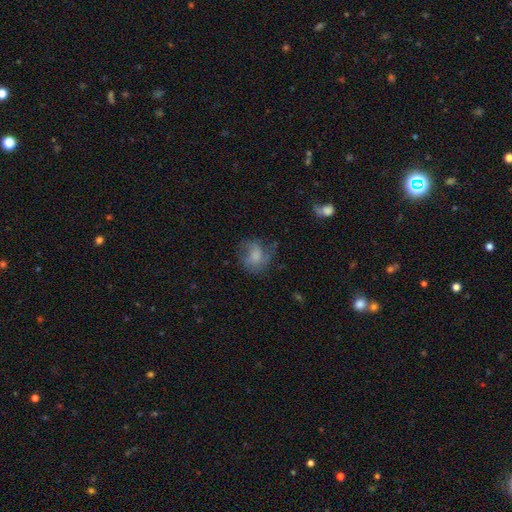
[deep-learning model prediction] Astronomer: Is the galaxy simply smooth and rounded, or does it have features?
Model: smooth — 57%.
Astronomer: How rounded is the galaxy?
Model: round — 62%.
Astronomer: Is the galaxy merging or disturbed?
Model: none — 46% (runner-up: major disturbance, 26%).